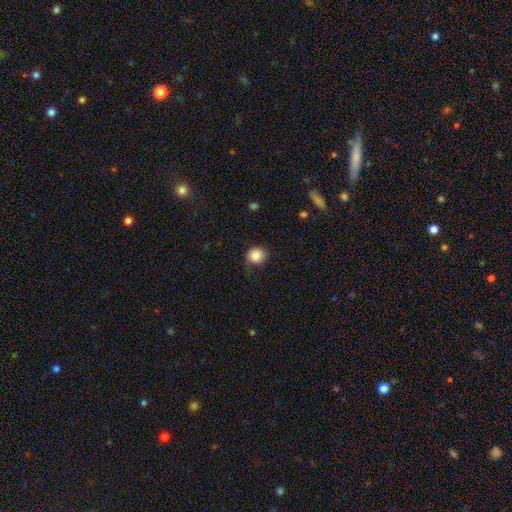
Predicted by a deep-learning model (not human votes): This is clearly a smooth galaxy (85%). How rounded: clearly round (88%). Merging: likely none (70%).